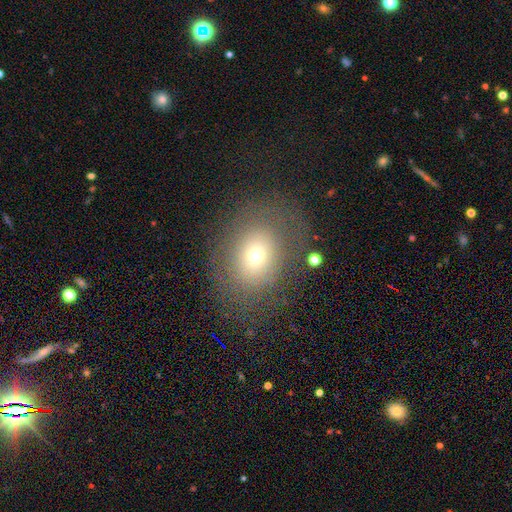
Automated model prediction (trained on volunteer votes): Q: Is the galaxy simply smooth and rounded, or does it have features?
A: smooth — 64%.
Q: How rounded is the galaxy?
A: in between — 52%.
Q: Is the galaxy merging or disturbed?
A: none — 72%.